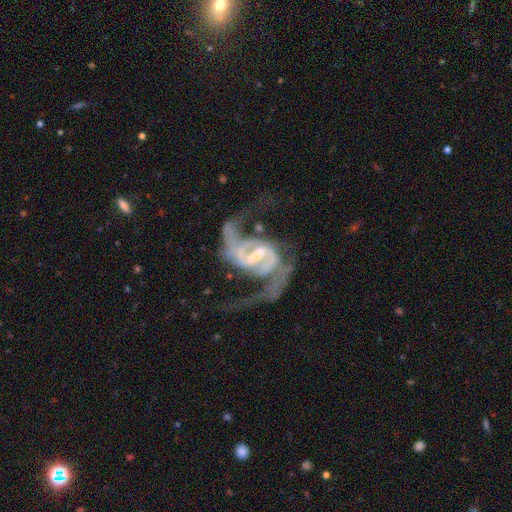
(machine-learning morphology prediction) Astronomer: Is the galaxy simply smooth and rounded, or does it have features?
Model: featured or disk — 91%.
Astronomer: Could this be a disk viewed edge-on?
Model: no — 98%.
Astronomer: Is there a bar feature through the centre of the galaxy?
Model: strong — 47% (runner-up: weak, 42%).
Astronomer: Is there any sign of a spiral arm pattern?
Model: yes — 97%.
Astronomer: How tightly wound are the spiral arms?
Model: loose — 49% (runner-up: medium, 41%).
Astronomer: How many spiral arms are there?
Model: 2 — 91%.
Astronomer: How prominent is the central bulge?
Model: small — 42% (runner-up: moderate, 30%).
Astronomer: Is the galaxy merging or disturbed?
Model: none — 51% (runner-up: major disturbance, 28%).